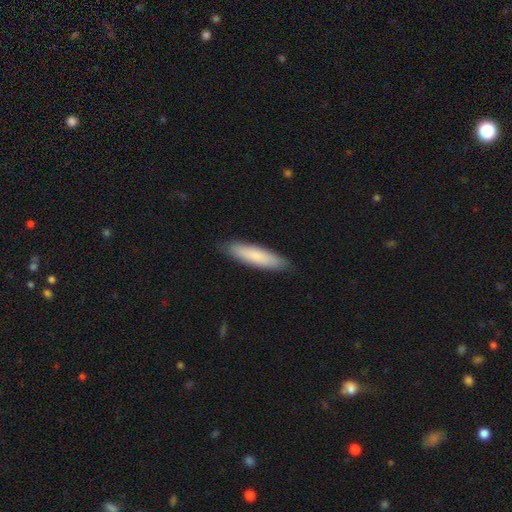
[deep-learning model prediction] A smooth galaxy with no disk features (80%) that is cigar-shaped (74%).

Vote fractions:
- Smooth or featured? smooth: 80% / featured or disk: 15% / star or artifact: 6%
- How rounded? cigar-shaped: 74% / in between: 25% / round: 1%
- Merging? none: 87% / minor disturbance: 10% / major disturbance: 2% / merger: 1%